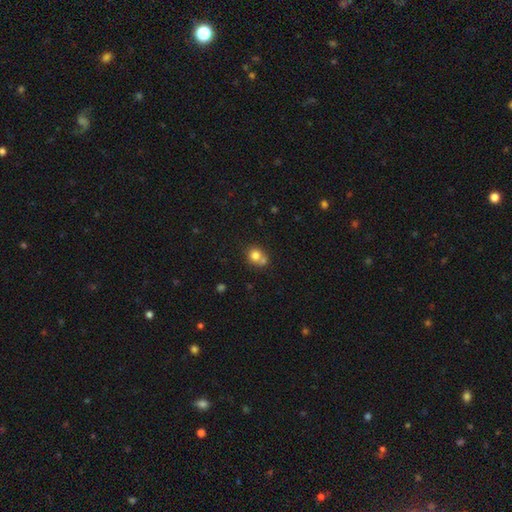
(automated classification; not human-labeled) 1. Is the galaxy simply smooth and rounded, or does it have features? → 78% smooth, 11% featured or disk, 11% star or artifact.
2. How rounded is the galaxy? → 76% round, 23% in between, 1% cigar-shaped.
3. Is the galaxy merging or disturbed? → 45% none, 40% merger, 11% minor disturbance, 4% major disturbance.